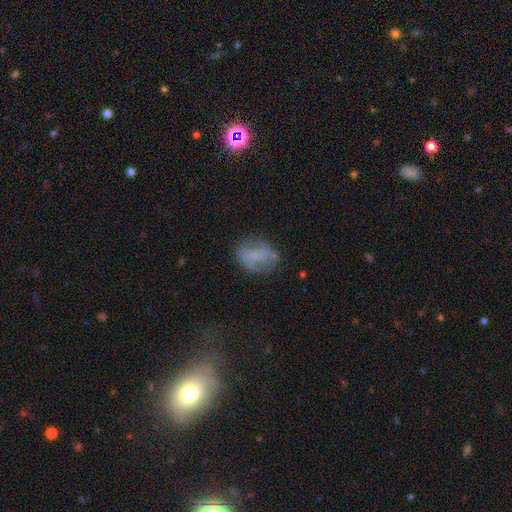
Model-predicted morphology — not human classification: A featured or disk galaxy (47%). Merging: none (63%).